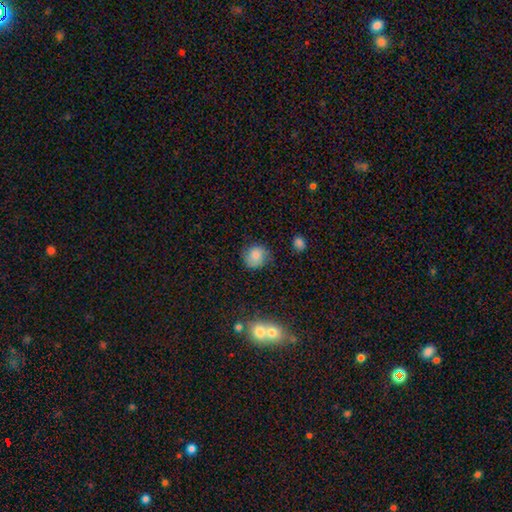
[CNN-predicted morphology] A smooth galaxy with no disk features (78%) that is round (82%). Merging: none (73%).